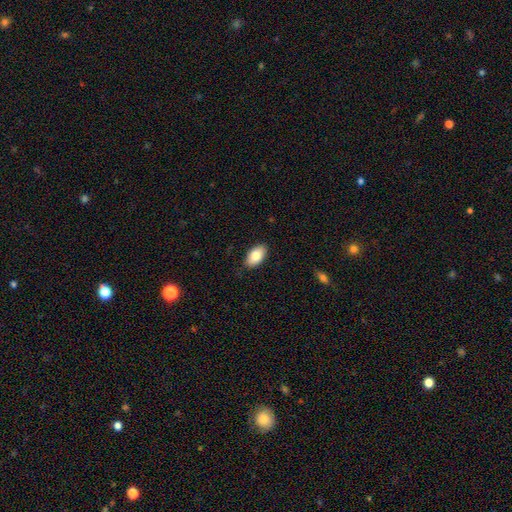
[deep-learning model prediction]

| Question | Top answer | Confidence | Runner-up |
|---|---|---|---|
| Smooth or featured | smooth | 83% | featured or disk (10%) |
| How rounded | in between | 94% | round (4%) |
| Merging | none | 86% | minor disturbance (11%) |